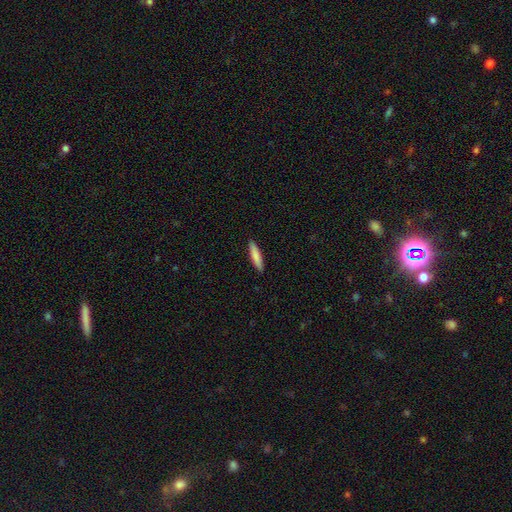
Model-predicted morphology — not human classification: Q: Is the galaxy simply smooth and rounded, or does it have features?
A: smooth — 83%.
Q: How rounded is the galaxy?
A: cigar-shaped — 85%.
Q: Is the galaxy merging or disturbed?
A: none — 91%.